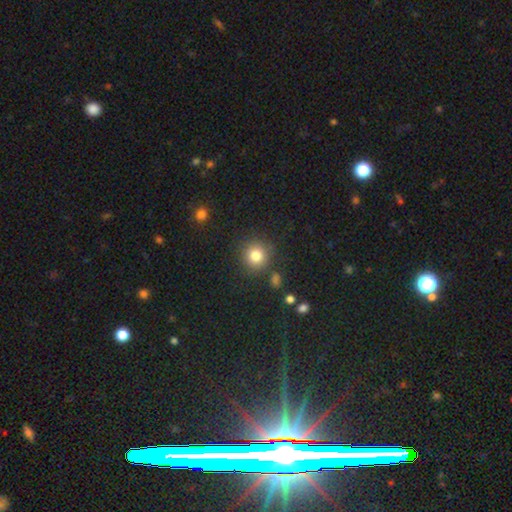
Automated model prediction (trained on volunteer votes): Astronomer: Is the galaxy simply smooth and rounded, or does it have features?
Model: smooth — 82%.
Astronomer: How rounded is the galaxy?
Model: round — 92%.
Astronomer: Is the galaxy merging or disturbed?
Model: none — 85%.